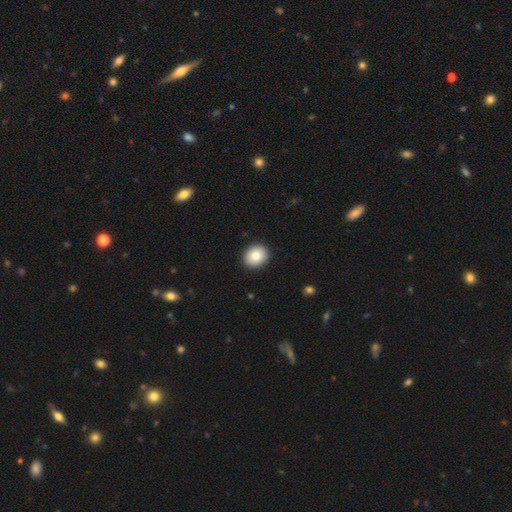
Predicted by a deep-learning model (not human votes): A smooth galaxy with no disk features (86%) that is round (66%).

Vote fractions:
- Smooth or featured? smooth: 86% / star or artifact: 8% / featured or disk: 7%
- How rounded? round: 66% / in between: 33% / cigar-shaped: 1%
- Merging? none: 91% / minor disturbance: 6% / major disturbance: 2% / merger: 1%